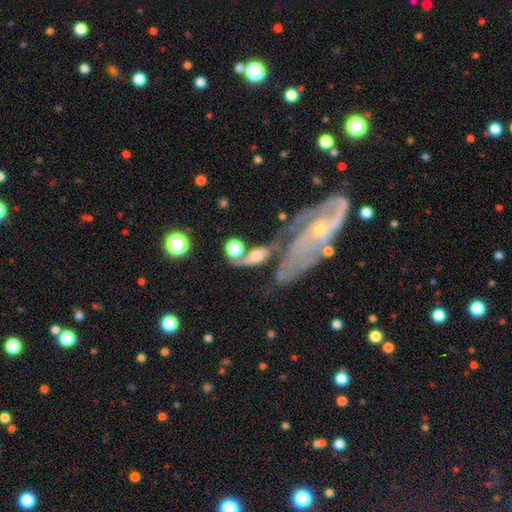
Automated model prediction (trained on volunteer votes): The model was most divided on "merging": merger: 39%, none: 28%, major disturbance: 17%, minor disturbance: 16%. More confident: edge-on disk — no (86%); smooth or featured — featured or disk (54%).